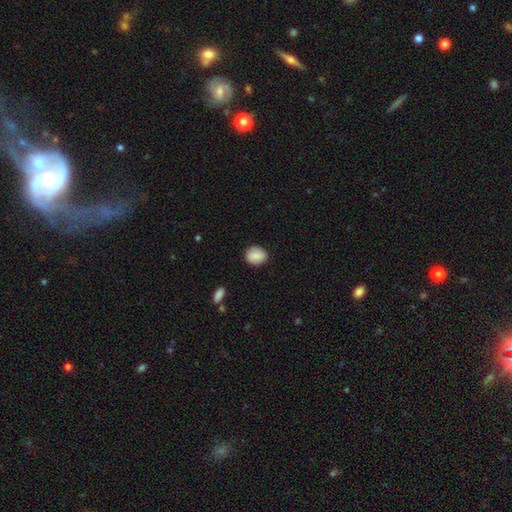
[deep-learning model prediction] Smooth or featured? smooth (86%)
How rounded? round (64%)
Merging? none (86%)